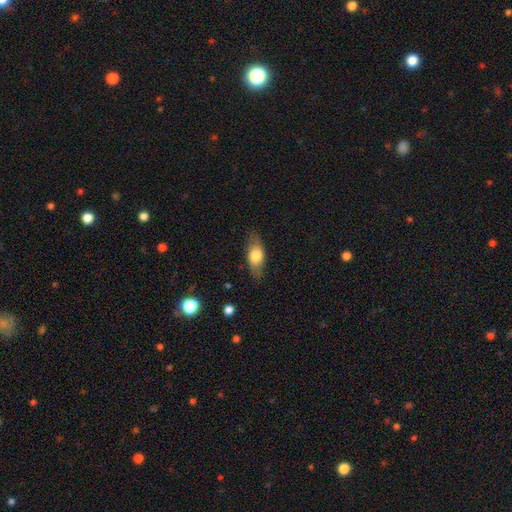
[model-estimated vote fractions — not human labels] Morphology: type=smooth (71%); roundness=in between (81%); merging=none (80%).